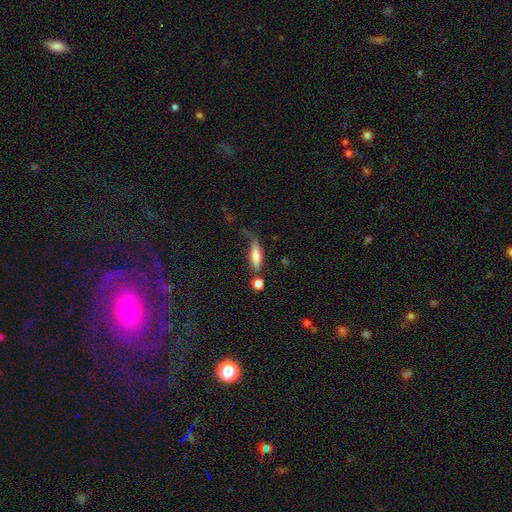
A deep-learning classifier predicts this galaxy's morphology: Q: Smooth or featured?
A: smooth (70%); runner-up: featured or disk (22%)
Q: How rounded?
A: cigar-shaped (51%); runner-up: in between (46%)
Q: Merging?
A: none (50%); runner-up: minor disturbance (26%)